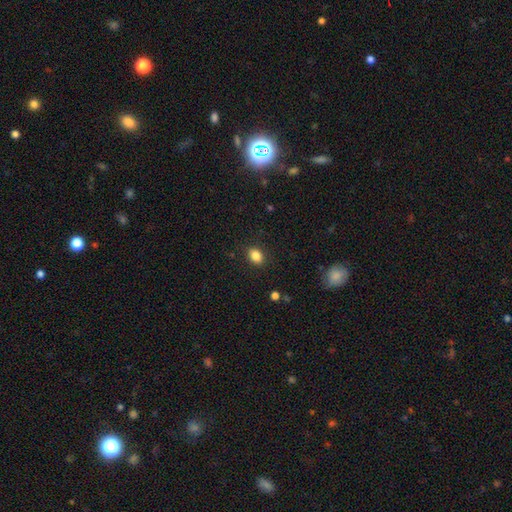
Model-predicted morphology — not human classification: Smooth or featured: smooth — 85% (star or artifact — 10%)
How rounded: in between — 74% (round — 24%)
Merging: none — 88% (minor disturbance — 9%)